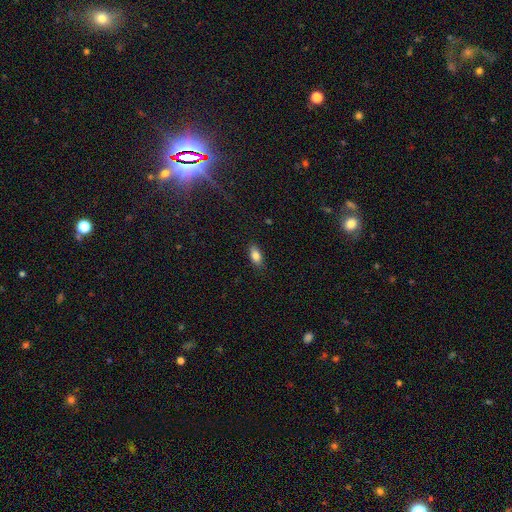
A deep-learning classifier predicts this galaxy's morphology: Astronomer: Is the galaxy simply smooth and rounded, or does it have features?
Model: smooth — 82%.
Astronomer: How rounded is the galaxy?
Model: in between — 88%.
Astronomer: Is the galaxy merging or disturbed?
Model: none — 85%.